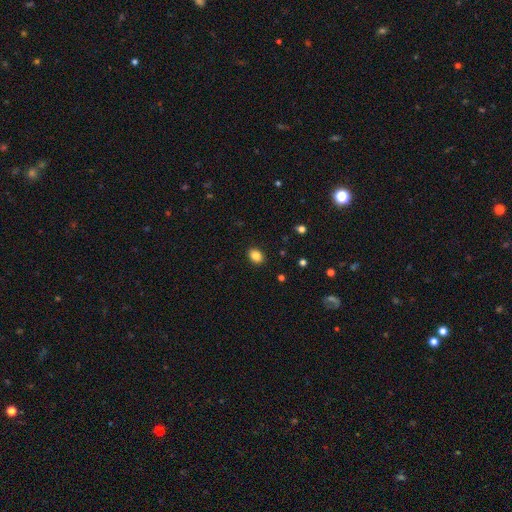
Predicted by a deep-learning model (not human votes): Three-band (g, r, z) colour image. It shows a smooth galaxy with no disk features (85%) that is in between round and cigar-shaped (59%). Merging: none (90%).